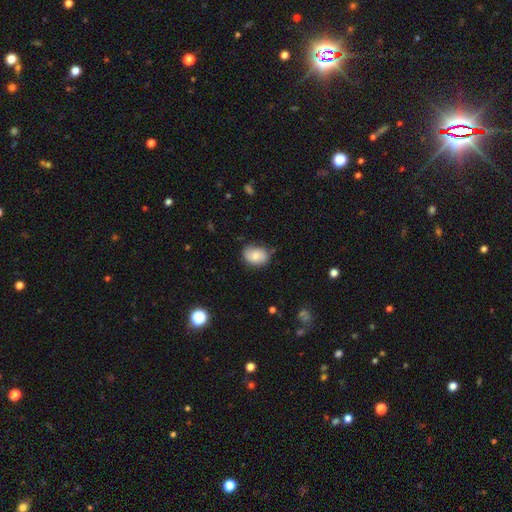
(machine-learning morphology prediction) This is likely a smooth galaxy (74%). How rounded: likely in between (68%). Merging: likely none (70%).